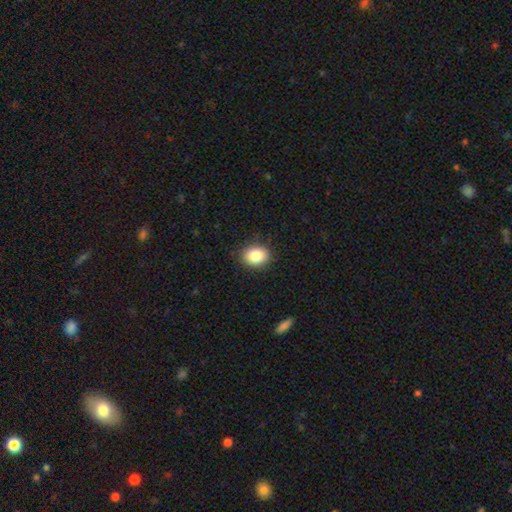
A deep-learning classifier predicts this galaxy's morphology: Smooth or featured? smooth (85%)
How rounded? in between (56%)
Merging? none (87%)